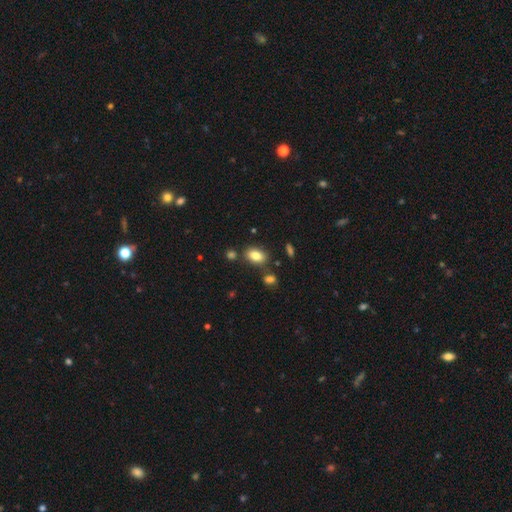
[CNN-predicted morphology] type=smooth (83%); roundness=in between (87%); merging=none (75%).